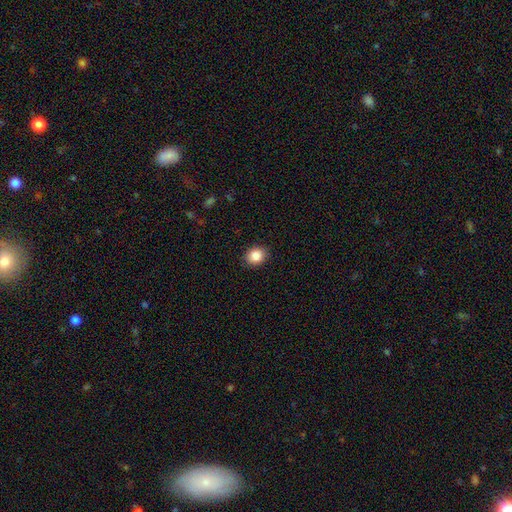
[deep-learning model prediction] This appears to be a smooth galaxy with no disk features (87%) that is round (64%). Merging: none (88%).